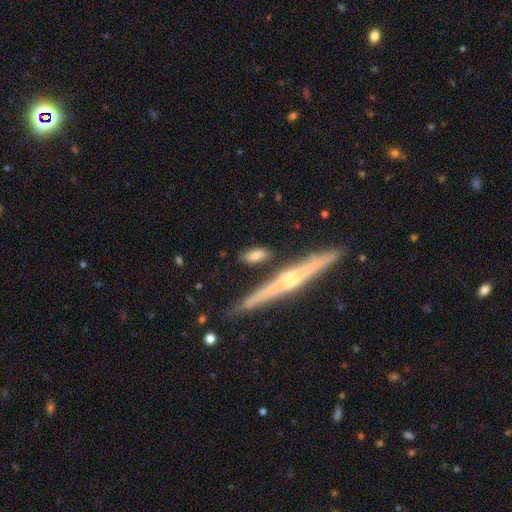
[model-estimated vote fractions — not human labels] Morphology: type=smooth (71%); roundness=in between (70%); merging=none (75%).